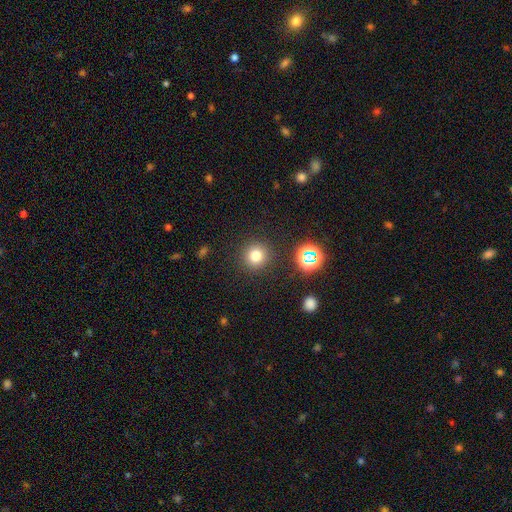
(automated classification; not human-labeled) Smooth or featured?
  - smooth: 75% *
  - star or artifact: 18%
  - featured or disk: 7%
How rounded?
  - round: 94% *
  - in between: 6%
  - cigar-shaped: 1%
Merging?
  - none: 89% *
  - minor disturbance: 6%
  - major disturbance: 3%
  - merger: 2%